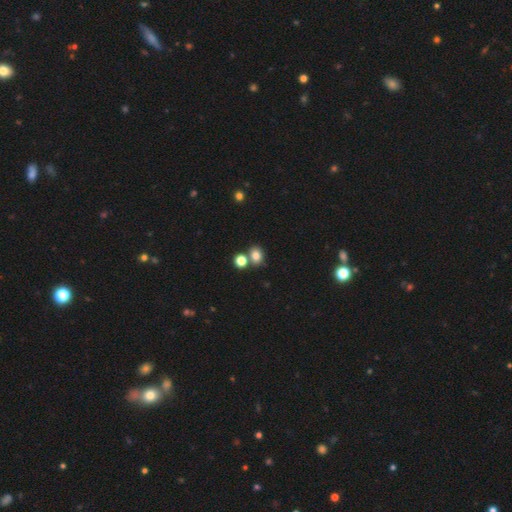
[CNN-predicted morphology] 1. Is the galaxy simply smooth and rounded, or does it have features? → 81% smooth, 13% star or artifact, 7% featured or disk.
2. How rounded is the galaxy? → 55% round, 44% in between, 1% cigar-shaped.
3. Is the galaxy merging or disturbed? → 62% none, 25% merger, 10% minor disturbance, 3% major disturbance.